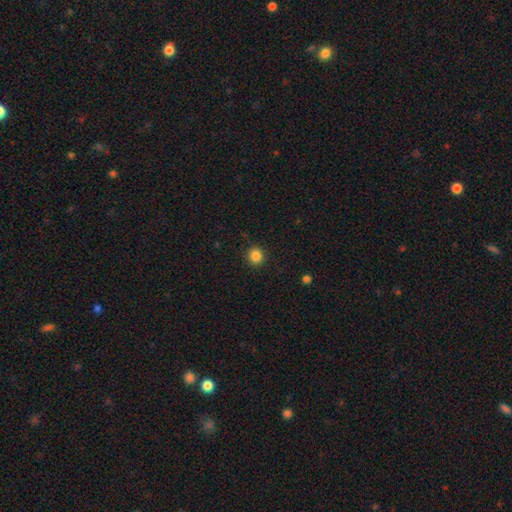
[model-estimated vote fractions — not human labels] This is clearly a smooth galaxy (85%). How rounded: clearly round (90%). Merging: clearly none (92%).